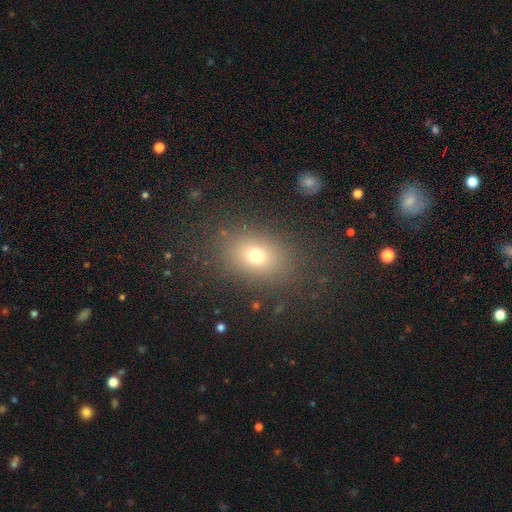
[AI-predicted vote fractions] Morphology: type=smooth (72%); roundness=in between (67%); merging=none (84%).